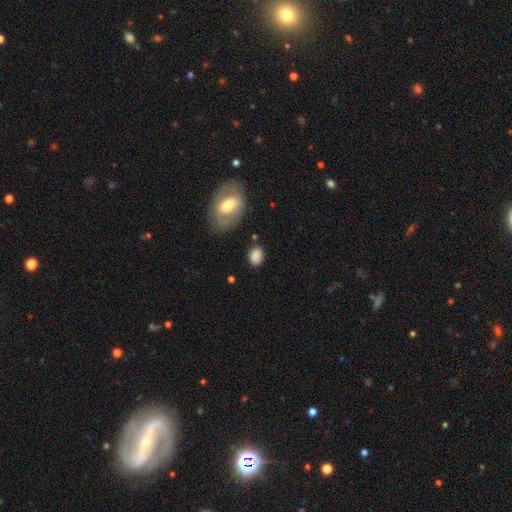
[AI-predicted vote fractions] Smooth or featured? Predicted: smooth (p=0.84). How rounded? Predicted: in between (p=0.73). Merging? Predicted: none (p=0.75).